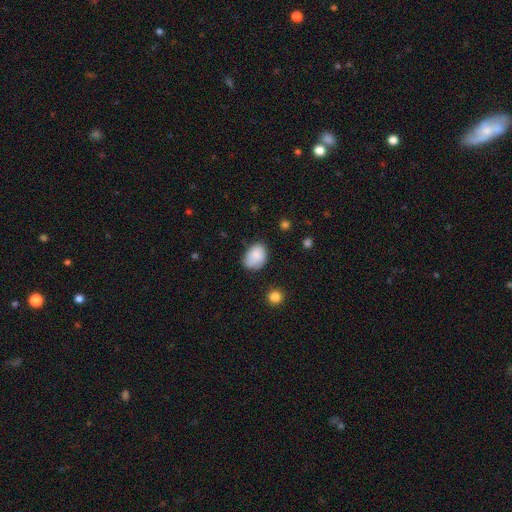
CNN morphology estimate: Smooth or featured: smooth — 83% (featured or disk — 9%)
How rounded: in between — 75% (round — 24%)
Merging: none — 60% (minor disturbance — 30%)